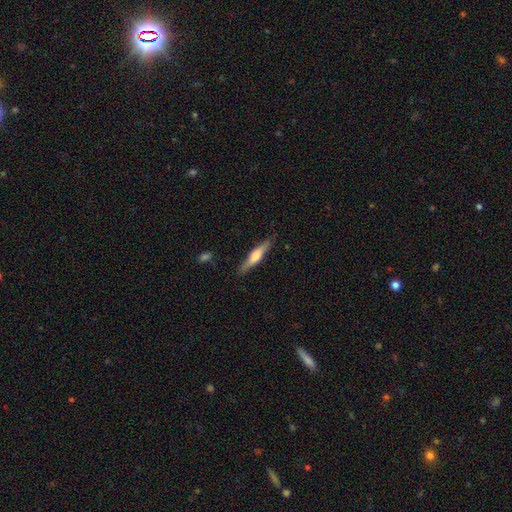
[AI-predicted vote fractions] A featured or disk galaxy (49%).

Vote fractions:
- Smooth or featured? featured or disk: 49% / smooth: 45% / star or artifact: 6%
- Merging? none: 87% / minor disturbance: 10% / major disturbance: 2% / merger: 1%